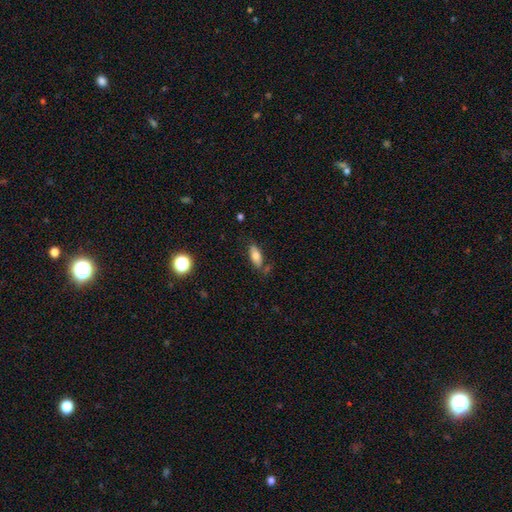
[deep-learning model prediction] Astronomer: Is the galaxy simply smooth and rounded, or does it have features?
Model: smooth — 74%.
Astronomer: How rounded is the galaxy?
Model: in between — 83%.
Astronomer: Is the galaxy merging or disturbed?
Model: none — 72%.